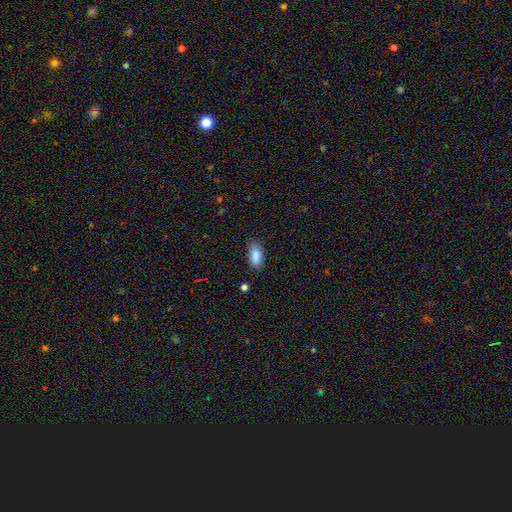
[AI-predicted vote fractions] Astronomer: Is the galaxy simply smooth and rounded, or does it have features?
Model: smooth — 88%.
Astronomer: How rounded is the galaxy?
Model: in between — 89%.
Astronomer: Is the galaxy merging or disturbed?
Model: none — 84%.